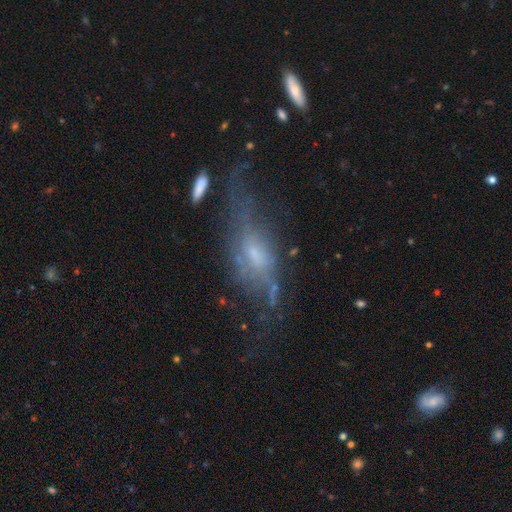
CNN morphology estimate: This appears to be a featured or disk galaxy (65%). Merging: none (39%).